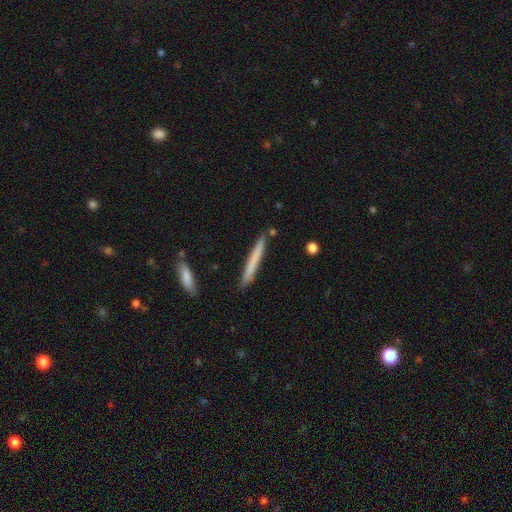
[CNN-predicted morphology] This appears to be a smooth galaxy with no disk features (68%) that is cigar-shaped (97%). Merging: none (88%).